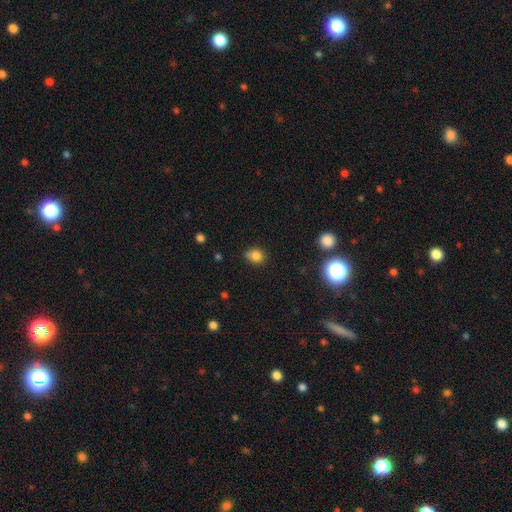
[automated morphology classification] This is clearly a smooth galaxy (81%). How rounded: likely round (60%). Merging: likely none (66%).